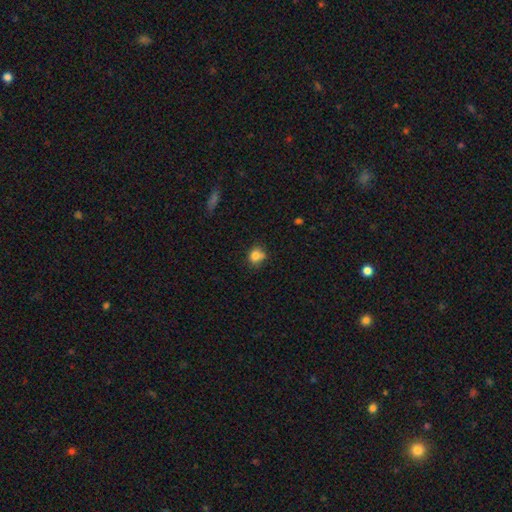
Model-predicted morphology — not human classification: Smooth or featured?
  - smooth: 82% *
  - star or artifact: 11%
  - featured or disk: 7%
How rounded?
  - round: 77% *
  - in between: 22%
  - cigar-shaped: 1%
Merging?
  - none: 63% *
  - minor disturbance: 22%
  - merger: 11%
  - major disturbance: 5%